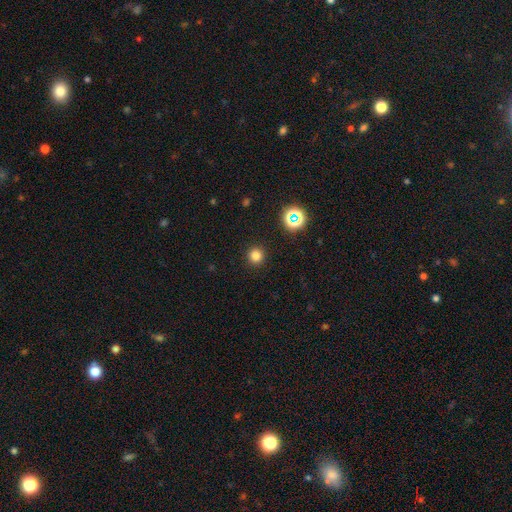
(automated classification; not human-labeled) Smooth or featured?
  - smooth: 78% *
  - star or artifact: 17%
  - featured or disk: 4%
How rounded?
  - round: 95% *
  - in between: 4%
  - cigar-shaped: 1%
Merging?
  - none: 92% *
  - minor disturbance: 5%
  - major disturbance: 2%
  - merger: 1%